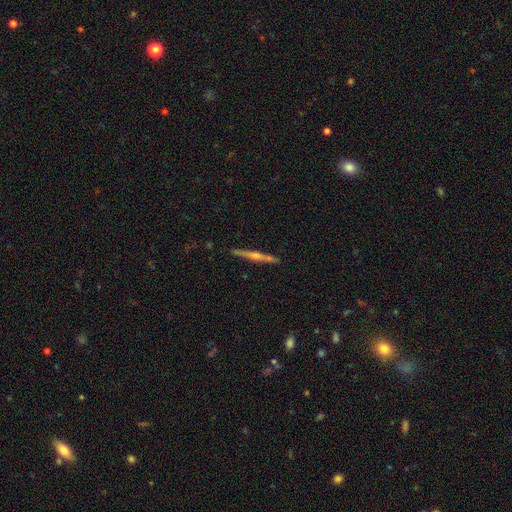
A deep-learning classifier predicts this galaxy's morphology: The model was most divided on "smooth or featured": featured or disk: 74%, smooth: 19%, star or artifact: 6%. More confident: edge-on disk — yes (98%); merging — none (89%); edge-on bulge — rounded (77%).